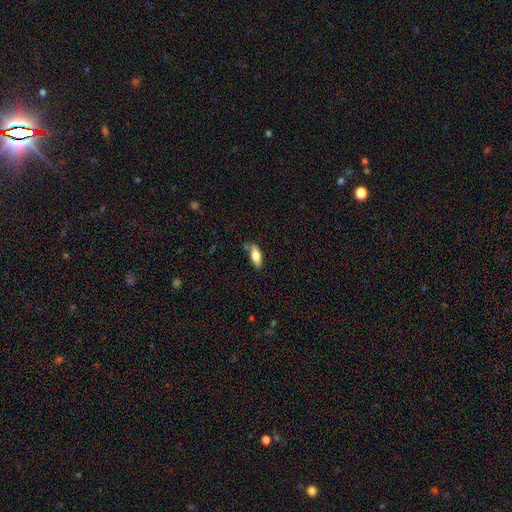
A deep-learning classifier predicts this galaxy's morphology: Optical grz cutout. It shows a smooth galaxy with no disk features (75%) that is in between round and cigar-shaped (68%). Merging: none (70%).